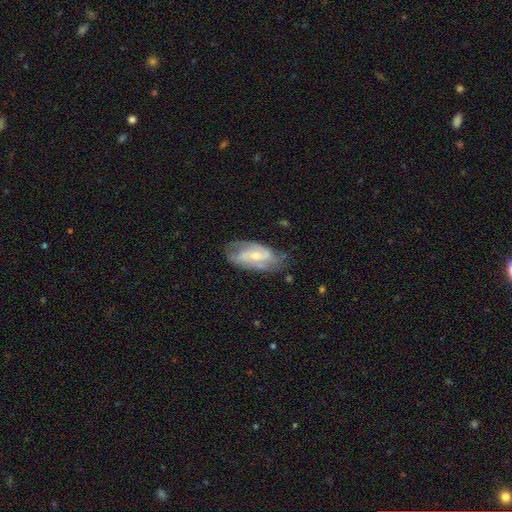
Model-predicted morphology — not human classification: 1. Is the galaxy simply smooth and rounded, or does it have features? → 73% featured or disk, 20% smooth, 6% star or artifact.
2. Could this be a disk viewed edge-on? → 93% no, 7% yes.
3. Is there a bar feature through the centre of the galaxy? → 44% weak, 35% no, 21% strong.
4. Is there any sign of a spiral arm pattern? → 87% yes, 13% no.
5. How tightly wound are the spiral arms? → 45% medium, 28% loose, 27% tight.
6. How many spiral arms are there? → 66% 2, 19% can't tell, 8% 3, 3% 1, 2% 4, 2% more than 4.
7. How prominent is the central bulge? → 58% small, 37% moderate, 2% none, 2% large, 1% dominant.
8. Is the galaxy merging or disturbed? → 66% none, 24% minor disturbance, 8% major disturbance, 2% merger.